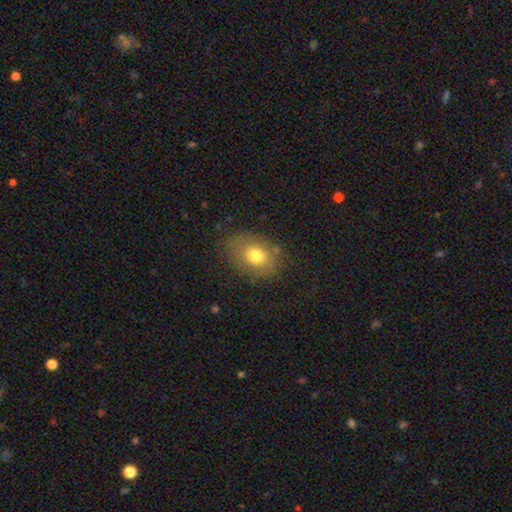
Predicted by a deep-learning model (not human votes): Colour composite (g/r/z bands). It shows a smooth galaxy with no disk features (74%) that is in between round and cigar-shaped (69%). Merging: none (77%).